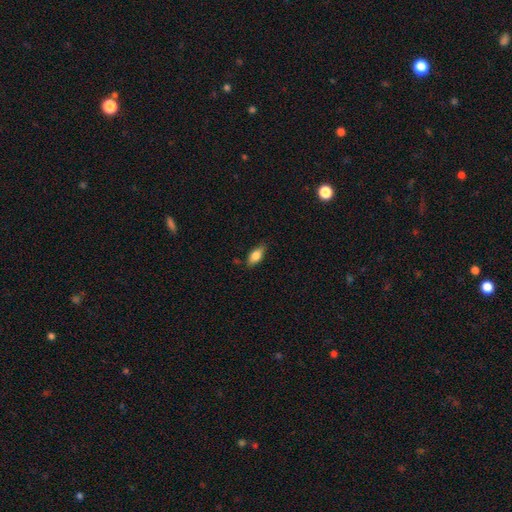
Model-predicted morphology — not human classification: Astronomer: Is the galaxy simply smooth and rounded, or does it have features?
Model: smooth — 78%.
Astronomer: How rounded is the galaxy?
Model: in between — 85%.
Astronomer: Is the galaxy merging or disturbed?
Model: none — 81%.